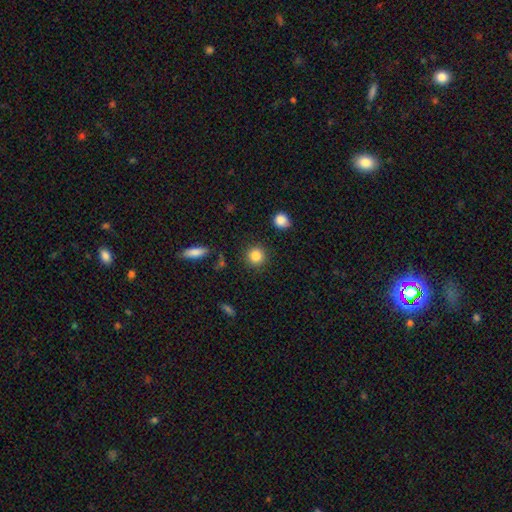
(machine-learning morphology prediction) A smooth galaxy with no disk features (85%) that is round (93%).

Vote fractions:
- Smooth or featured? smooth: 85% / star or artifact: 10% / featured or disk: 5%
- How rounded? round: 93% / in between: 6% / cigar-shaped: 1%
- Merging? none: 90% / minor disturbance: 6% / major disturbance: 2% / merger: 2%